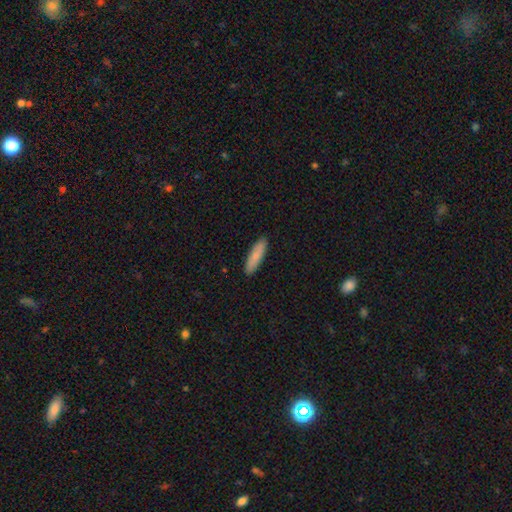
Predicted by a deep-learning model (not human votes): Q: Smooth or featured?
A: smooth (82%); runner-up: featured or disk (12%)
Q: How rounded?
A: cigar-shaped (71%); runner-up: in between (28%)
Q: Merging?
A: none (90%); runner-up: minor disturbance (7%)